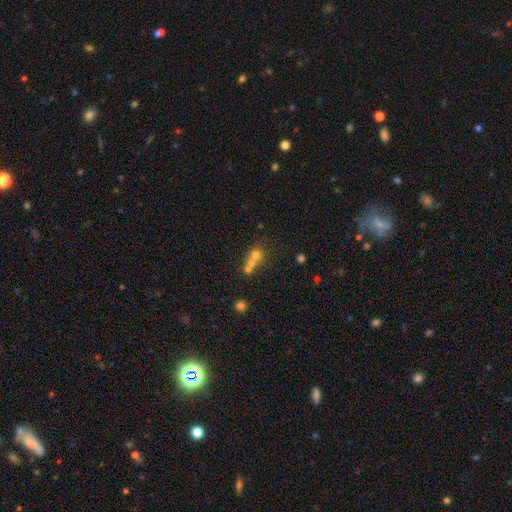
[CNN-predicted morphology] Smooth or featured: smooth — 61% (star or artifact — 20%)
How rounded: round — 81% (in between — 17%)
Merging: merger — 53% (none — 37%)